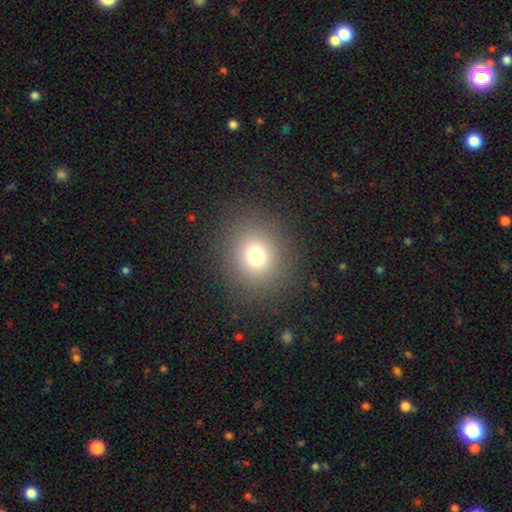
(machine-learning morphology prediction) The model was most divided on "smooth or featured": smooth: 74%, star or artifact: 16%, featured or disk: 10%. More confident: merging — none (88%); how rounded — round (80%).